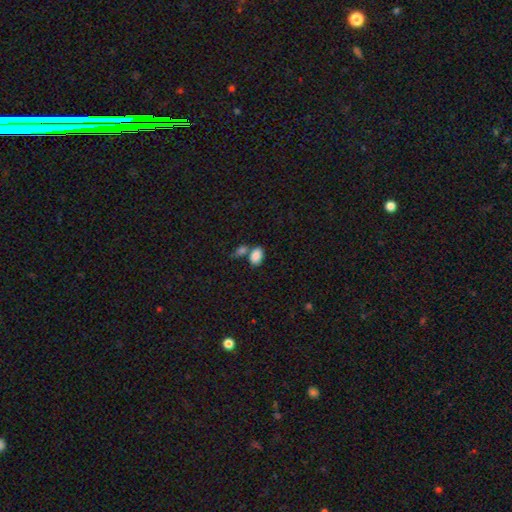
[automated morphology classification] Smooth or featured?
  - smooth: 87% *
  - star or artifact: 8%
  - featured or disk: 5%
How rounded?
  - in between: 88% *
  - round: 11%
  - cigar-shaped: 1%
Merging?
  - none: 49% *
  - merger: 35%
  - minor disturbance: 12%
  - major disturbance: 4%